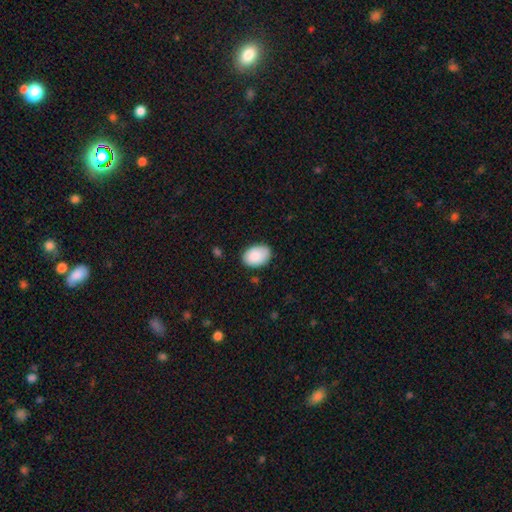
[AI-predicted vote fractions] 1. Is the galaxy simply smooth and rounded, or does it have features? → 89% smooth, 7% star or artifact, 4% featured or disk.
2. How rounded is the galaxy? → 81% in between, 18% round, 1% cigar-shaped.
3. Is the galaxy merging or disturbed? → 82% none, 14% minor disturbance, 3% major disturbance, 1% merger.